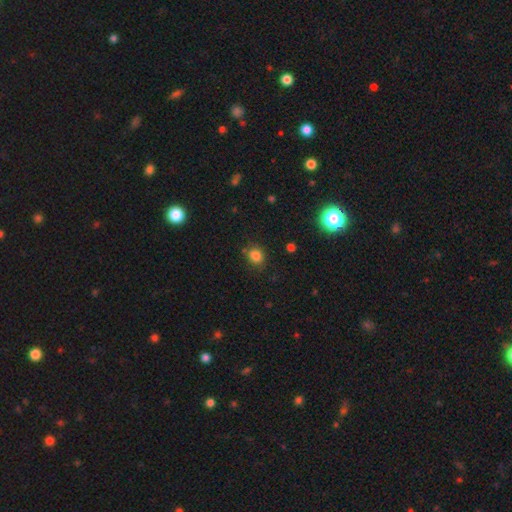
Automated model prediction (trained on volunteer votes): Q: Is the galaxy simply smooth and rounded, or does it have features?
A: smooth — 81%.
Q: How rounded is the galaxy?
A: round — 75%.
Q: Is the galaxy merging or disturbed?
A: none — 78%.